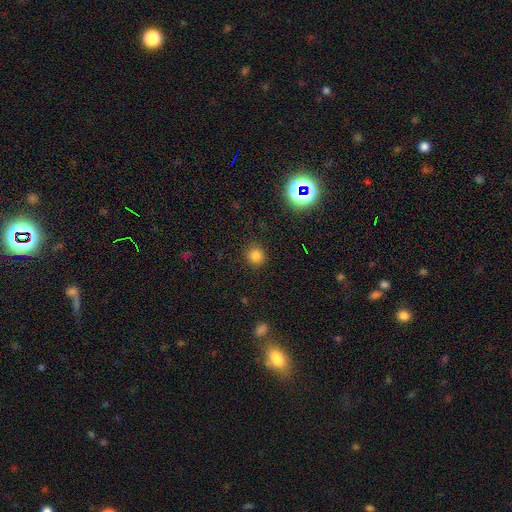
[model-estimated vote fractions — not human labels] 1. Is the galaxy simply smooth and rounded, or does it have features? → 80% smooth, 16% star or artifact, 4% featured or disk.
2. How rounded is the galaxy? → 90% round, 9% in between, 1% cigar-shaped.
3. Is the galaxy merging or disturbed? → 89% none, 7% minor disturbance, 3% major disturbance, 1% merger.